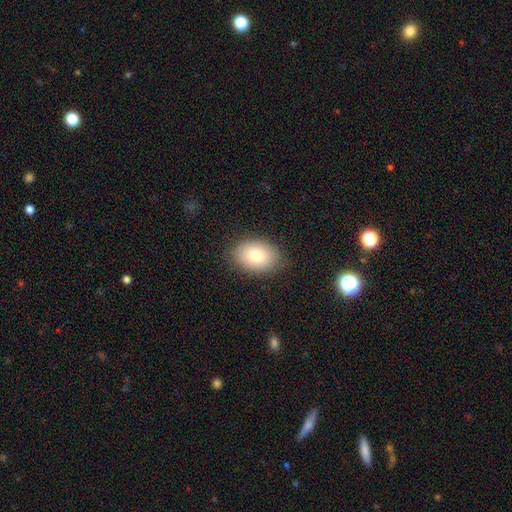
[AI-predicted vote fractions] Smooth or featured?
  - smooth: 80% *
  - featured or disk: 12%
  - star or artifact: 9%
How rounded?
  - in between: 80% *
  - round: 19%
  - cigar-shaped: 1%
Merging?
  - none: 86% *
  - minor disturbance: 11%
  - major disturbance: 3%
  - merger: 1%